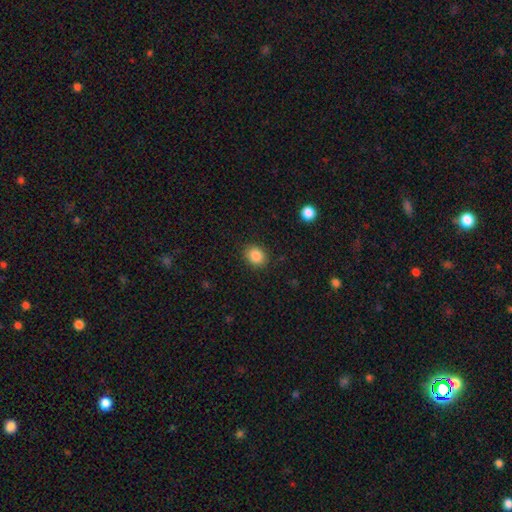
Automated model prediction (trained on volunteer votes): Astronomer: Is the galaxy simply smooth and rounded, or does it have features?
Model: smooth — 86%.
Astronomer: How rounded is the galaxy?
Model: round — 64%.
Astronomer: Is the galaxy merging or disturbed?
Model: none — 89%.